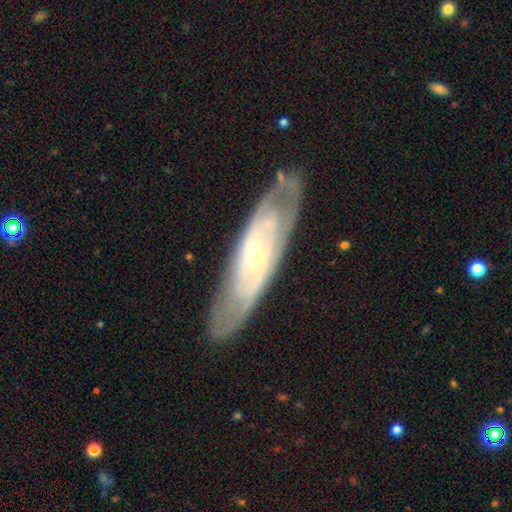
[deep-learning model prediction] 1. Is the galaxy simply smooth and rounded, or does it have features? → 78% featured or disk, 16% smooth, 6% star or artifact.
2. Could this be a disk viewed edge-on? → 75% no, 25% yes.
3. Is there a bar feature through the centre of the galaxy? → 71% no, 21% weak, 8% strong.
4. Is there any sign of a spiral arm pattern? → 73% yes, 27% no.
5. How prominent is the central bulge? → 73% small, 24% moderate, 1% large, 1% none, 1% dominant.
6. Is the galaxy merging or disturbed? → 80% none, 14% minor disturbance, 4% major disturbance, 2% merger.